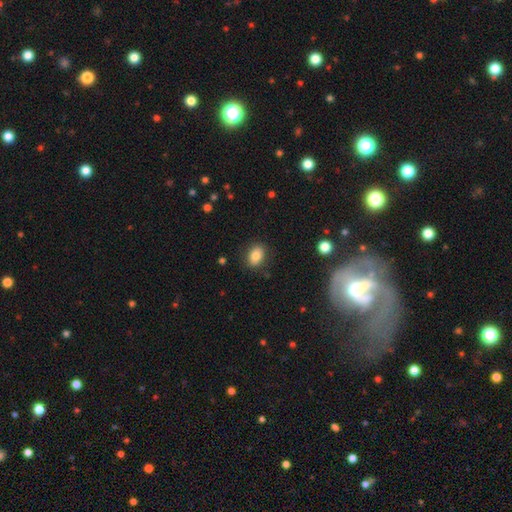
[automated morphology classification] smooth_or_featured: smooth (p=0.83) [alt: star or artifact p=0.09]
how_rounded: in between (p=0.78) [alt: round p=0.20]
merging: none (p=0.85) [alt: minor disturbance p=0.11]